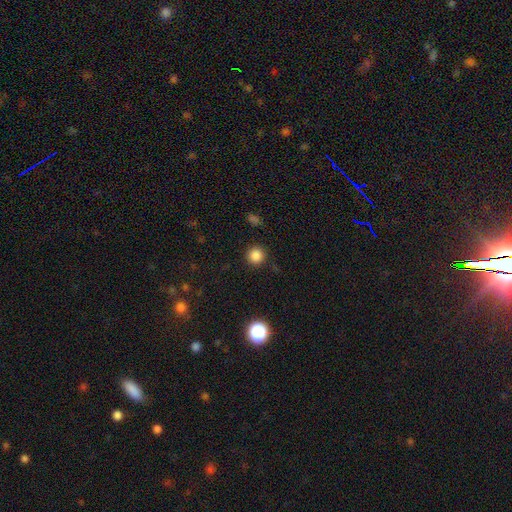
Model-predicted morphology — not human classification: Smooth or featured: smooth — 84% (star or artifact — 12%)
How rounded: round — 95% (in between — 4%)
Merging: none — 90% (minor disturbance — 6%)